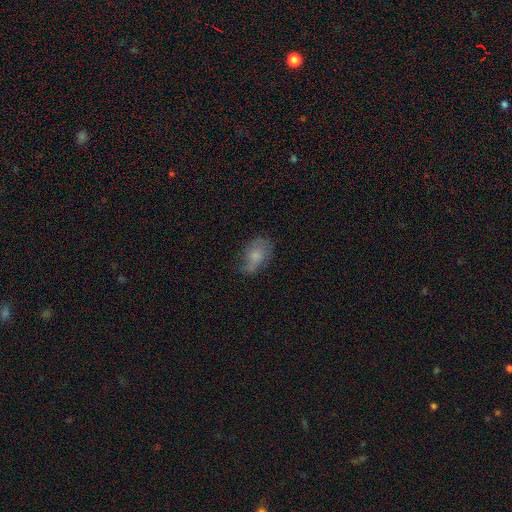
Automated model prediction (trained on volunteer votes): Smooth or featured? smooth (63%)
How rounded? in between (86%)
Merging? none (48%)